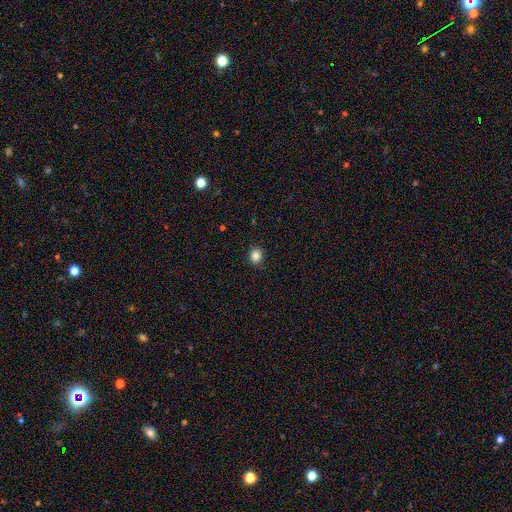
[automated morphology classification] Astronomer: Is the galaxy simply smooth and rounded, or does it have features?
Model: smooth — 84%.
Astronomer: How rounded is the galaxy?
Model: round — 80%.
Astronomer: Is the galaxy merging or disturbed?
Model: none — 90%.